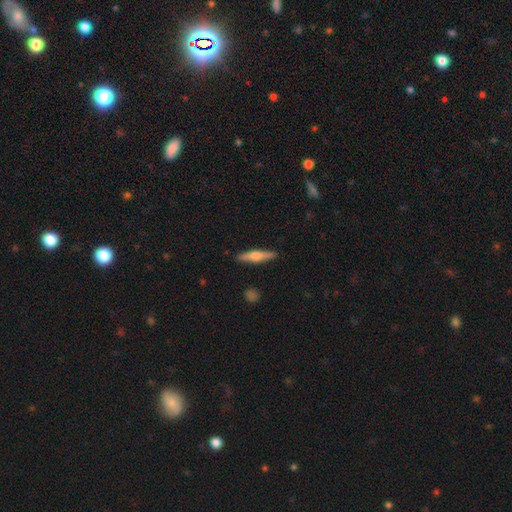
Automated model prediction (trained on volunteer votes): This is possibly a smooth galaxy (50%). Merging: clearly none (90%).